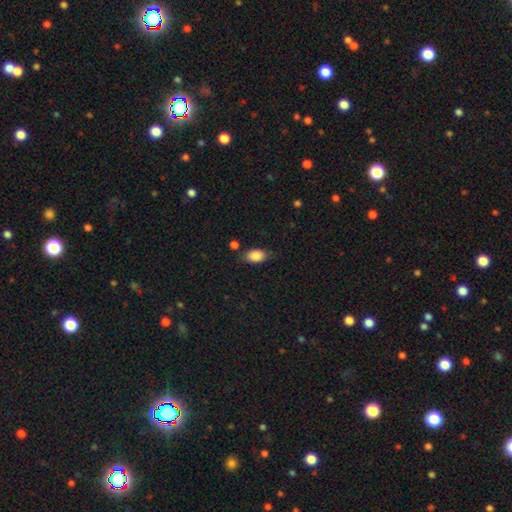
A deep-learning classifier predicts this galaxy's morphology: Q: Smooth or featured?
A: smooth (87%); runner-up: star or artifact (8%)
Q: How rounded?
A: in between (87%); runner-up: round (11%)
Q: Merging?
A: none (74%); runner-up: minor disturbance (19%)